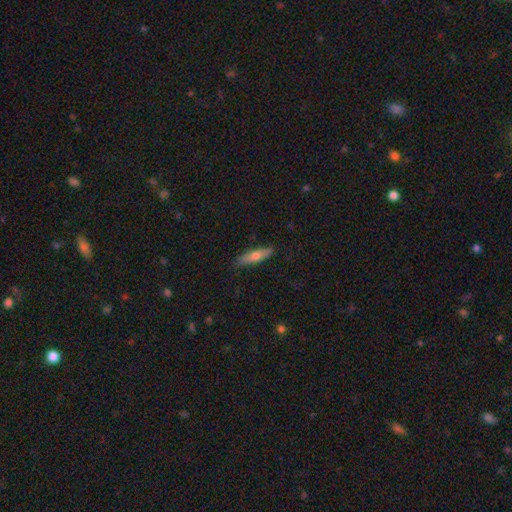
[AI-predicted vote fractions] smooth_or_featured: smooth (p=0.57) [alt: featured or disk p=0.37]
how_rounded: cigar-shaped (p=0.76) [alt: in between p=0.22]
merging: none (p=0.87) [alt: minor disturbance p=0.10]